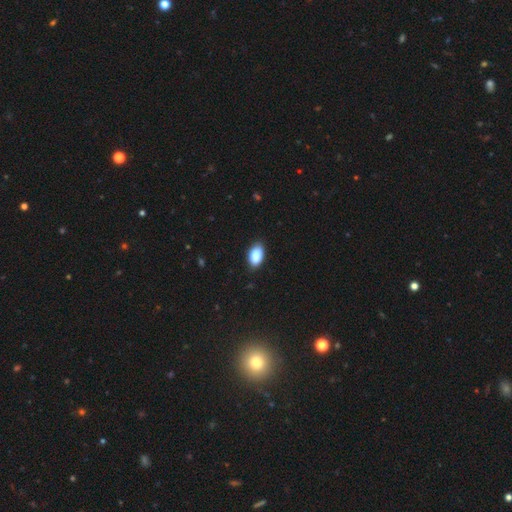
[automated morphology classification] This is clearly a smooth galaxy (89%). How rounded: clearly in between (94%). Merging: clearly none (85%).